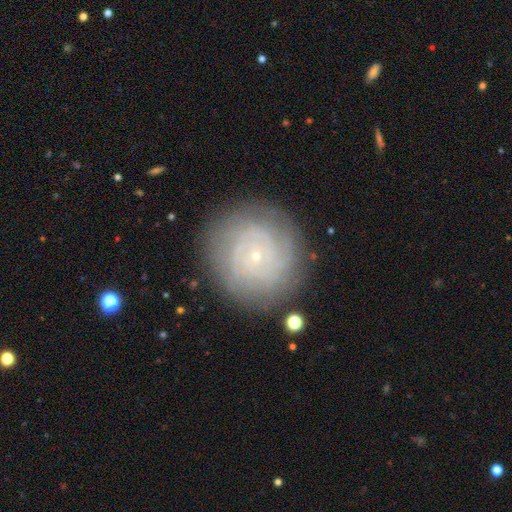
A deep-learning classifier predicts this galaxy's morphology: A featured or disk galaxy (72%) with no bar (86%), tight (80%) spiral arms (88%) and a small central bulge (91%).

Vote fractions:
- Smooth or featured? featured or disk: 72% / smooth: 19% / star or artifact: 8%
- Edge-on disk? no: 97% / yes: 3%
- Bar? no: 86% / weak: 11% / strong: 3%
- Spiral arms? yes: 88% / no: 12%
- Spiral winding? tight: 80% / medium: 15% / loose: 4%
- Spiral arm count? can't tell: 41% / 3: 15% / 2: 15% / 4: 14% / more than 4: 9% / 1: 7%
- Bulge size? small: 91% / moderate: 5% / none: 1% / dominant: 1% / large: 1%
- Merging? none: 85% / minor disturbance: 10% / major disturbance: 4% / merger: 1%